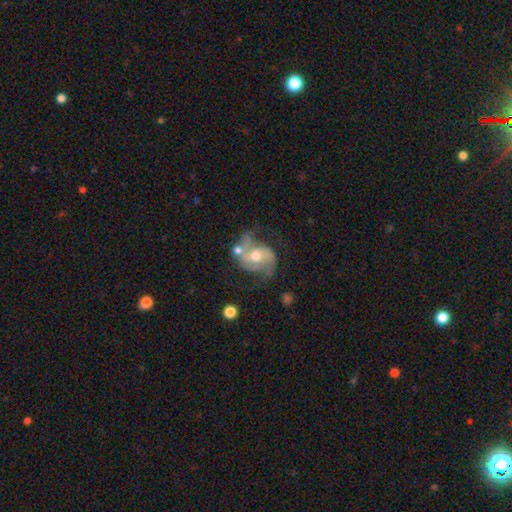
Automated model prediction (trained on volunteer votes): This is clearly a featured or disk galaxy (81%). It is clearly not viewed edge-on (97%). Bar: possibly no (51%). Spiral arm pattern: clearly yes (92%). Spiral arm count: clearly 2 (83%). Spiral winding: possibly medium (50%). Central bulge: likely moderate (72%). Merging: possibly none (47%).